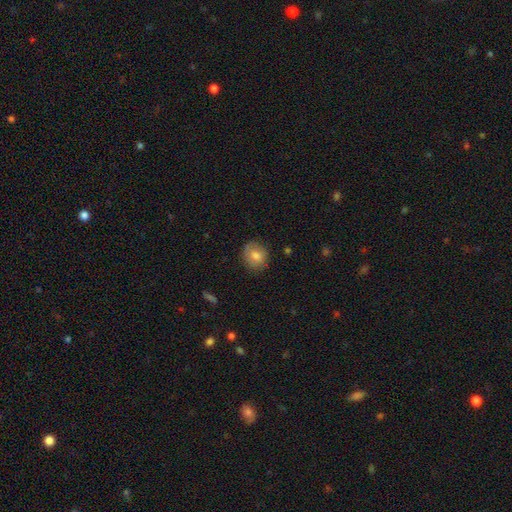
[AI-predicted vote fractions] A smooth galaxy with no disk features (70%) that is round (78%).

Vote fractions:
- Smooth or featured? smooth: 70% / featured or disk: 22% / star or artifact: 8%
- How rounded? round: 78% / in between: 22% / cigar-shaped: 1%
- Merging? none: 76% / minor disturbance: 18% / major disturbance: 5% / merger: 1%